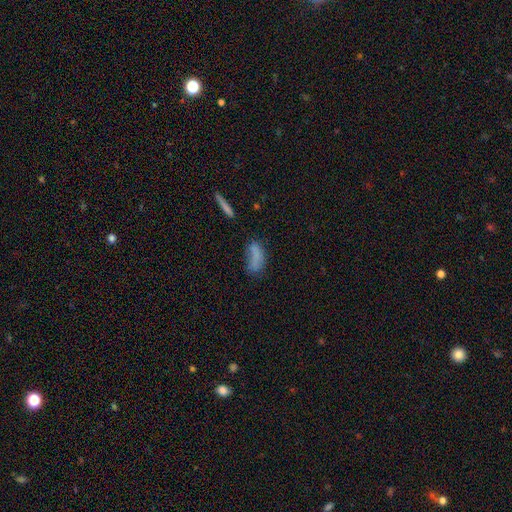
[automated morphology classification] Overall: smooth (72%). How rounded: in between (79%). Merging: none (46%; minor disturbance 28%).